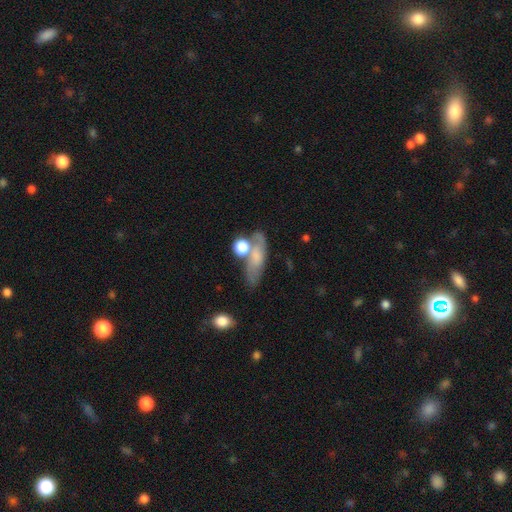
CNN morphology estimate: A smooth galaxy with no disk features (53%) that is in between round and cigar-shaped (54%). Merging: none (49%).